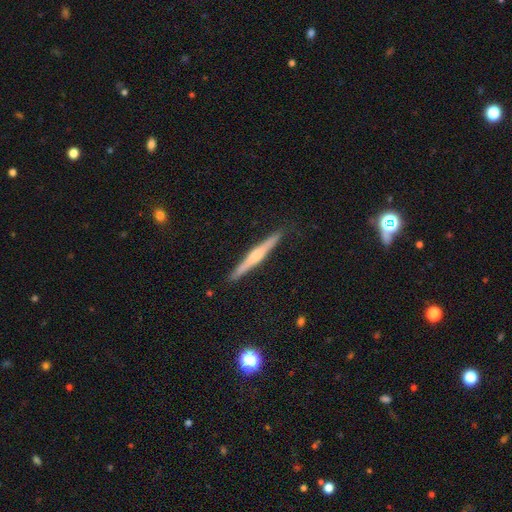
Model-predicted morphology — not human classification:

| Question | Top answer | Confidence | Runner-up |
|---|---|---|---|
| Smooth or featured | featured or disk | 66% | smooth (28%) |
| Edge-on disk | yes | 98% | no (2%) |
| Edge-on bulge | rounded | 67% | none (18%) |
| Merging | none | 90% | minor disturbance (7%) |